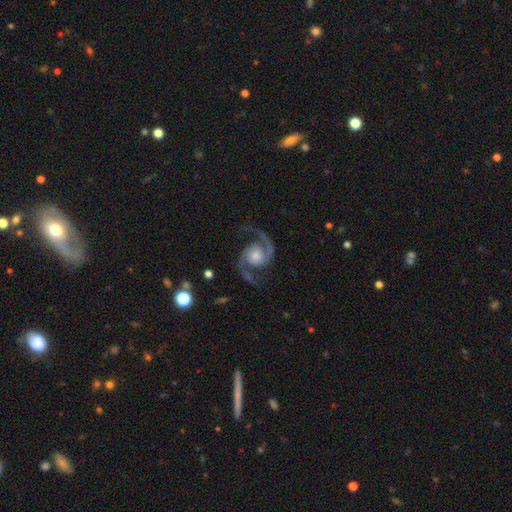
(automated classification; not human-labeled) Smooth or featured?
  - featured or disk: 93% *
  - star or artifact: 4%
  - smooth: 3%
Edge-on disk?
  - no: 98% *
  - yes: 2%
Bar?
  - no: 72% *
  - weak: 21%
  - strong: 7%
Spiral arms?
  - yes: 99% *
  - no: 1%
Spiral winding?
  - medium: 60% *
  - loose: 25%
  - tight: 15%
Spiral arm count?
  - 2: 95% *
  - 3: 1%
  - can't tell: 1%
  - 1: 1%
  - 4: 1%
  - more than 4: 1%
Bulge size?
  - moderate: 43% *
  - small: 37%
  - large: 12%
  - none: 5%
  - dominant: 2%
Merging?
  - none: 82% *
  - minor disturbance: 11%
  - major disturbance: 5%
  - merger: 2%